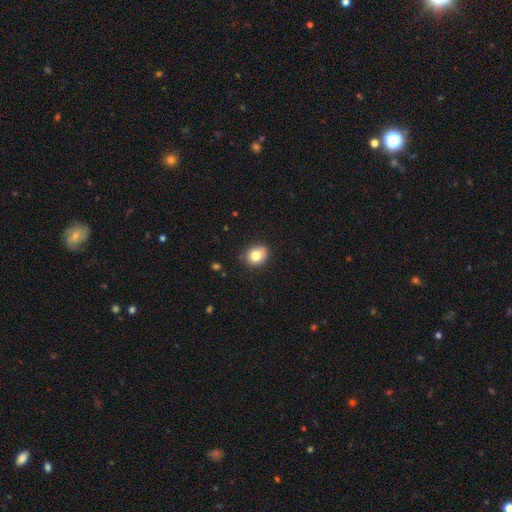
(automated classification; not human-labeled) Smooth or featured? smooth (81%)
How rounded? round (56%)
Merging? none (82%)